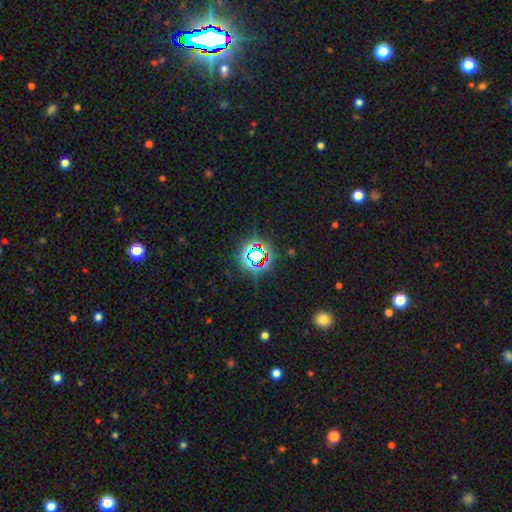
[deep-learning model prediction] Smooth or featured: star or artifact — 75% (smooth — 15%)